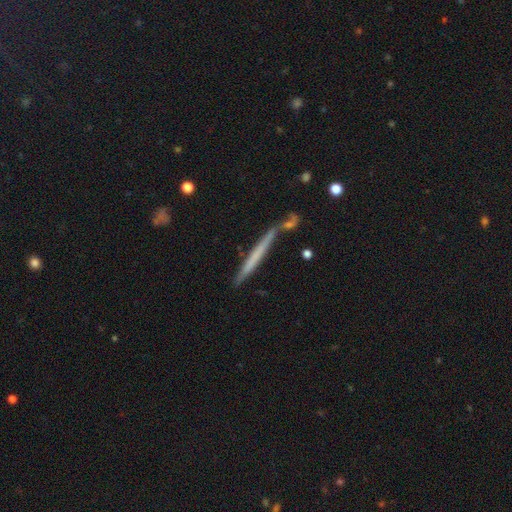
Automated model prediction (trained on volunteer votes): A featured or disk galaxy (47%).

Vote fractions:
- Smooth or featured? featured or disk: 47% / smooth: 46% / star or artifact: 7%
- Merging? none: 73% / minor disturbance: 14% / merger: 9% / major disturbance: 4%